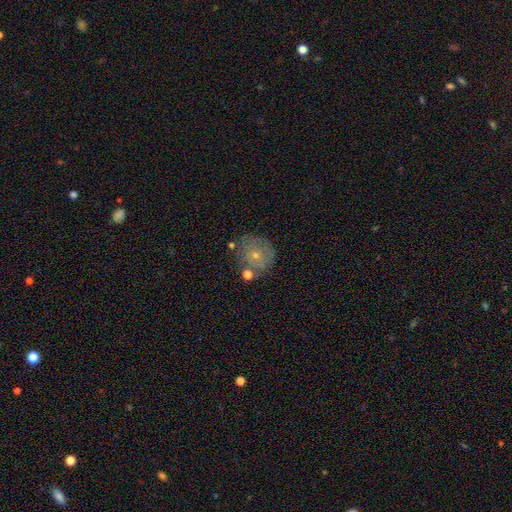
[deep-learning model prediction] This appears to be a smooth galaxy with no disk features (55%) that is round (83%). Merging: none (62%).